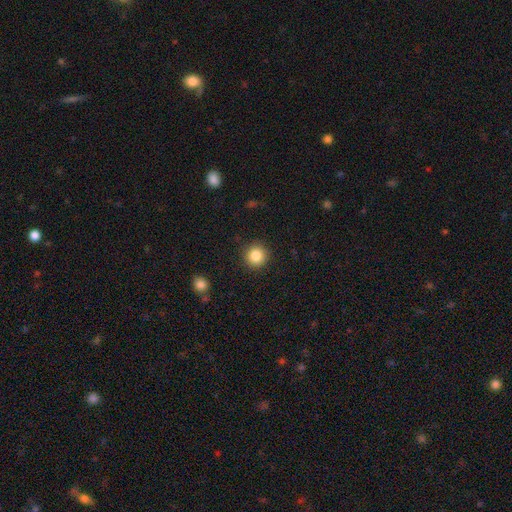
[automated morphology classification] A smooth galaxy with no disk features (85%) that is round (94%). Merging: none (91%).